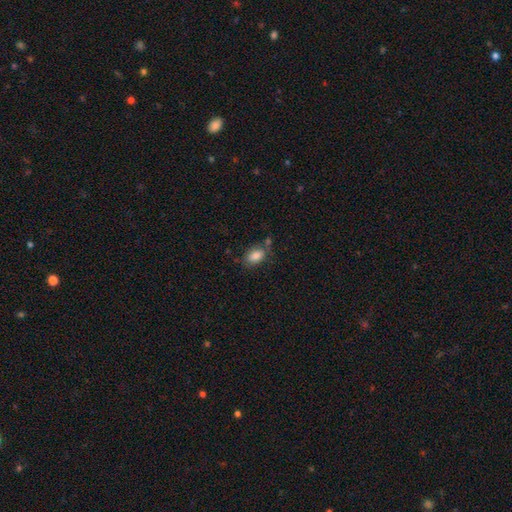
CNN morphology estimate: Q: Smooth or featured?
A: smooth (85%); runner-up: star or artifact (8%)
Q: How rounded?
A: in between (86%); runner-up: round (12%)
Q: Merging?
A: none (65%); runner-up: minor disturbance (18%)